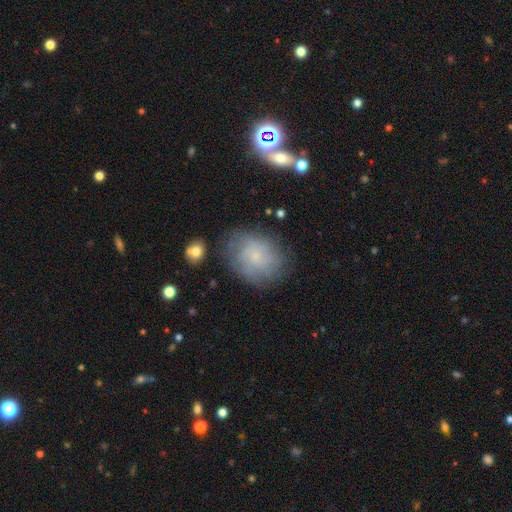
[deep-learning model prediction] featured or disk 46%, smooth 42%, star or artifact 12%. Down the decision tree: merging — none (72%).